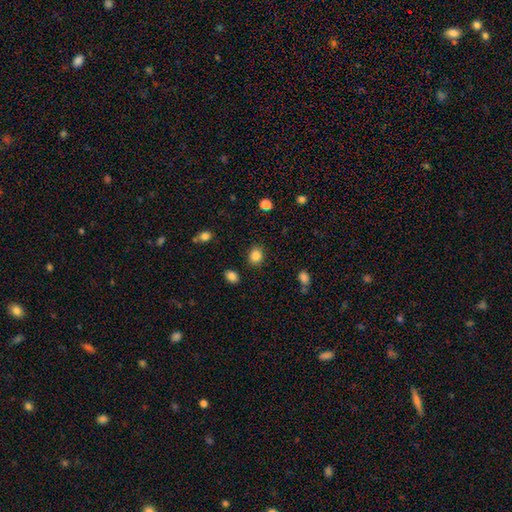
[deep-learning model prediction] Smooth or featured? smooth (86%)
How rounded? round (68%)
Merging? none (87%)